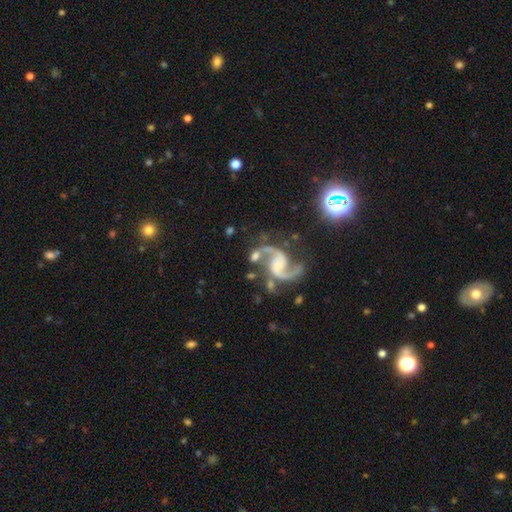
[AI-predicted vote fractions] A featured or disk galaxy (88%) with no bar (47%), 2 (93%) loose (55%) spiral arms (97%) and a small central bulge (38%). Merging: none (56%).